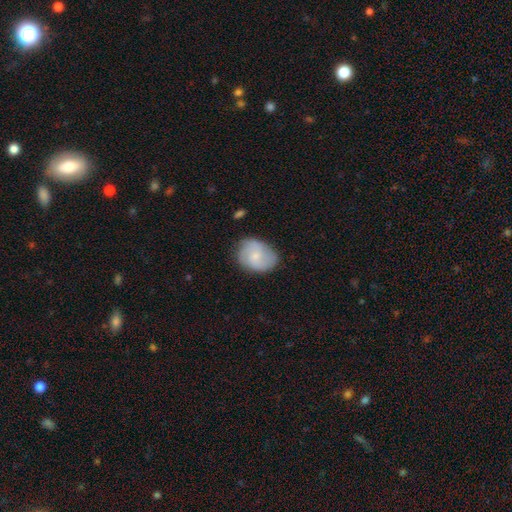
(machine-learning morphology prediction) smooth-or-featured: smooth: 54% | featured or disk: 39% | star or artifact: 7%
  how-rounded: in between: 60% | round: 39% | cigar-shaped: 1%
  merging: none: 68% | minor disturbance: 24% | major disturbance: 6% | merger: 2%